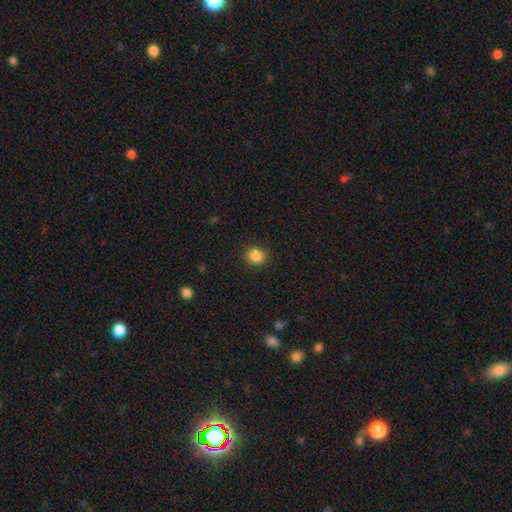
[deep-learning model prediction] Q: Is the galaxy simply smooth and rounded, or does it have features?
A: smooth — 87%.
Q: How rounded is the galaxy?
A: round — 83%.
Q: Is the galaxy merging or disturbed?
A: none — 90%.